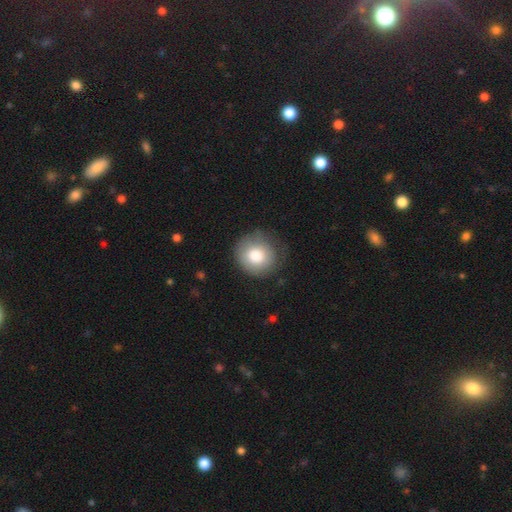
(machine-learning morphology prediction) smooth 79%, featured or disk 13%, star or artifact 8%. Down the decision tree: how rounded — round (90%); merging — none (70%).